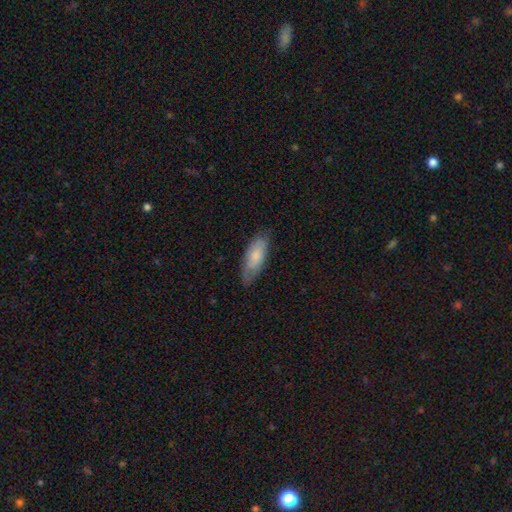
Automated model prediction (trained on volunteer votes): A smooth galaxy with no disk features (74%) that is in between round and cigar-shaped (73%).

Vote fractions:
- Smooth or featured? smooth: 74% / featured or disk: 20% / star or artifact: 6%
- How rounded? in between: 73% / cigar-shaped: 26% / round: 2%
- Merging? none: 73% / minor disturbance: 22% / major disturbance: 4% / merger: 1%